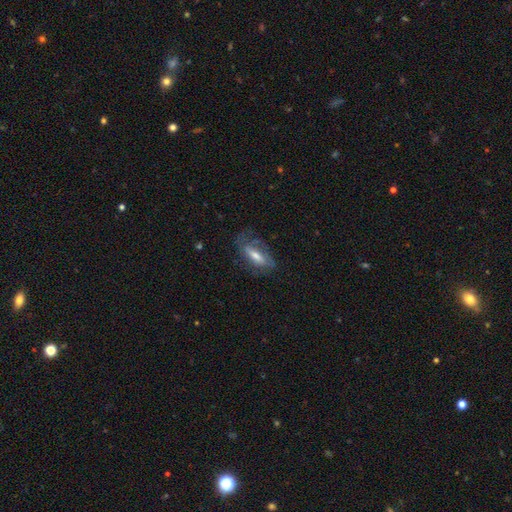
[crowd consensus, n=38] This is possibly a featured or disk galaxy (53%). It is likely not viewed edge-on (60%). Bar: possibly no (50%). Spiral arm pattern: likely yes (67%). Spiral arm count: possibly can't tell (50%). Spiral winding: possibly tight (50%). Central bulge: possibly moderate (50%, tied with small). Merging: possibly none (56%).